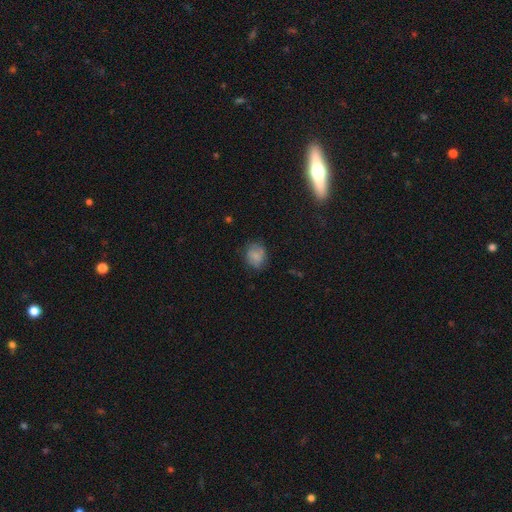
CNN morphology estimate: smooth_or_featured: smooth (p=0.75) [alt: featured or disk p=0.14]
how_rounded: round (p=0.62) [alt: in between p=0.37]
merging: none (p=0.68) [alt: minor disturbance p=0.23]